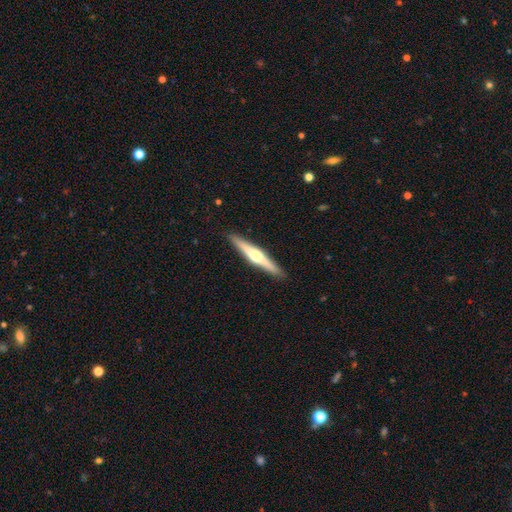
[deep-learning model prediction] Smooth or featured?
  - featured or disk: 67% *
  - smooth: 28%
  - star or artifact: 5%
Edge-on disk?
  - yes: 98% *
  - no: 2%
Edge-on bulge?
  - rounded: 90% *
  - boxy: 5%
  - none: 5%
Merging?
  - none: 92% *
  - minor disturbance: 6%
  - major disturbance: 1%
  - merger: 1%